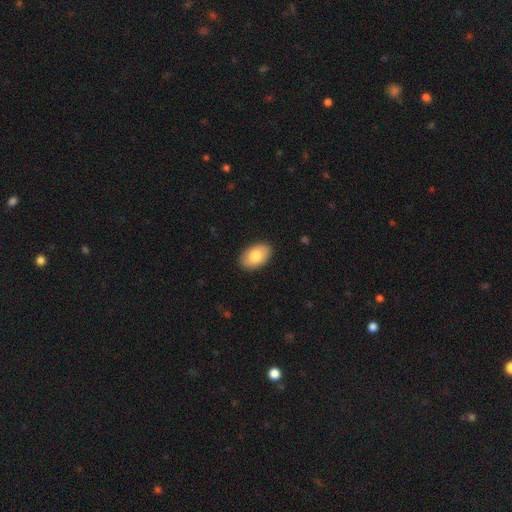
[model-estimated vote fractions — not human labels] Morphology: type=smooth (82%); roundness=in between (92%); merging=none (89%).